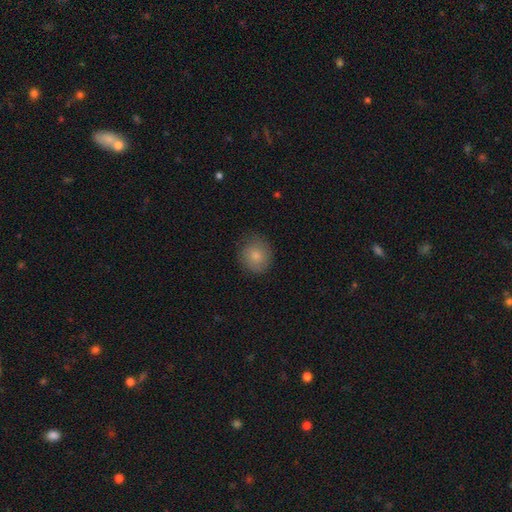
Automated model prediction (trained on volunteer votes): This is clearly a smooth galaxy (82%). How rounded: clearly round (85%). Merging: likely none (78%).